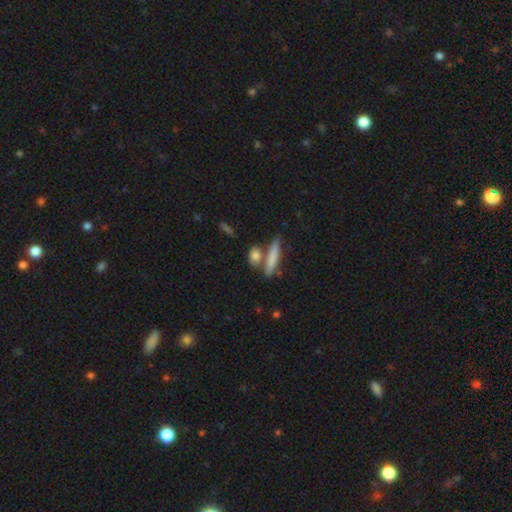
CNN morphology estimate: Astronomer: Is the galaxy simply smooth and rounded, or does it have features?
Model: smooth — 77%.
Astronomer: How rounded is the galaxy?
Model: cigar-shaped — 41% (runner-up: in between, 38%).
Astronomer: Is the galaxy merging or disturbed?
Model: none — 62%.